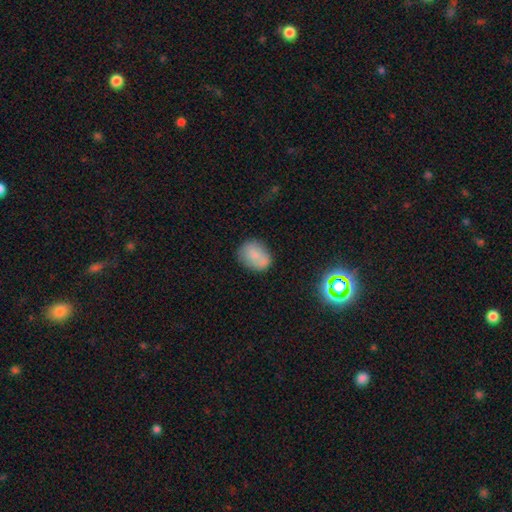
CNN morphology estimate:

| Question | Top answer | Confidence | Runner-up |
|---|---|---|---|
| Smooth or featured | smooth | 78% | featured or disk (11%) |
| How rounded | in between | 58% | round (41%) |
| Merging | none | 69% | minor disturbance (20%) |